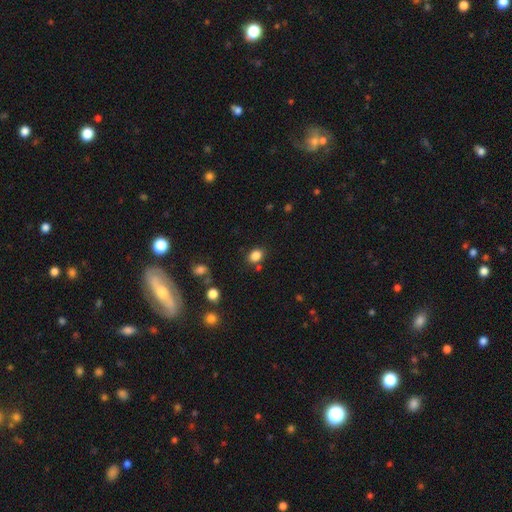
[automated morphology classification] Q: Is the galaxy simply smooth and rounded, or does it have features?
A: smooth — 84%.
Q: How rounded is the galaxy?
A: in between — 62%.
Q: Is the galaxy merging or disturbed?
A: none — 76%.